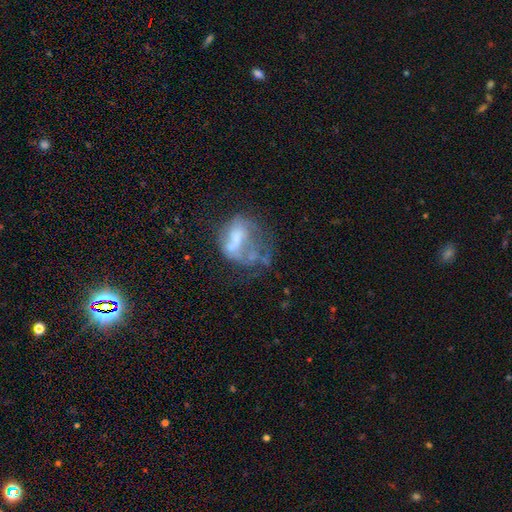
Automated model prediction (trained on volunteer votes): Smooth or featured? featured or disk (54%)
Edge-on disk? no (97%)
Bar? no (69%)
Spiral arms? no (79%)
Bulge size? none (42%)
Merging? major disturbance (40%)